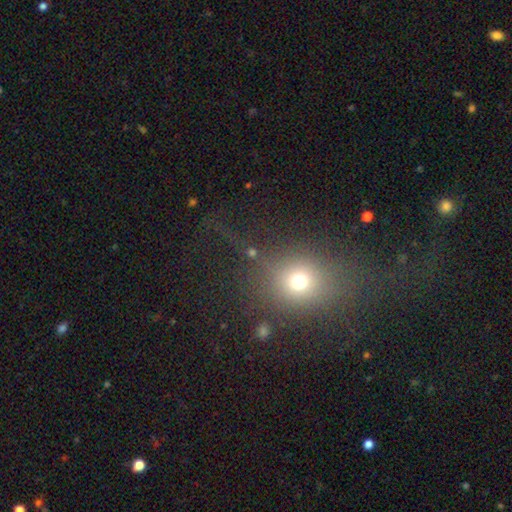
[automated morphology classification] A smooth galaxy with no disk features (53%) that is round (69%).

Vote fractions:
- Smooth or featured? smooth: 53% / star or artifact: 33% / featured or disk: 15%
- How rounded? round: 69% / in between: 28% / cigar-shaped: 3%
- Merging? none: 63% / major disturbance: 17% / minor disturbance: 16% / merger: 4%